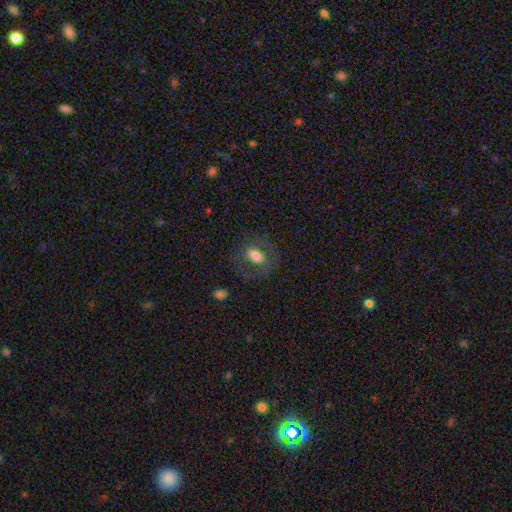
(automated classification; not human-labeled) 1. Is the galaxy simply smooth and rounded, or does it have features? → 63% smooth, 27% featured or disk, 10% star or artifact.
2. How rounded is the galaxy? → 76% in between, 21% round, 2% cigar-shaped.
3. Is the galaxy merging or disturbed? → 69% none, 16% minor disturbance, 13% major disturbance, 2% merger.